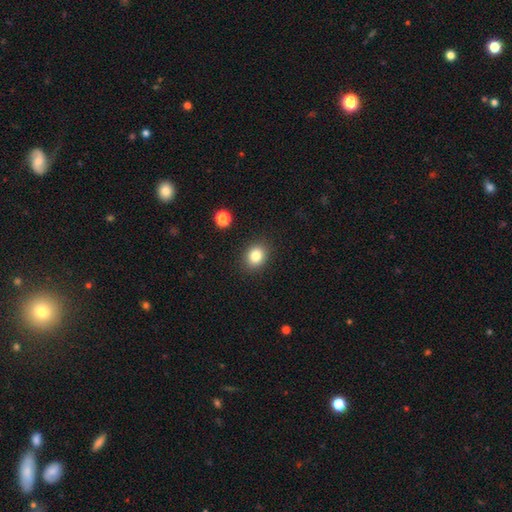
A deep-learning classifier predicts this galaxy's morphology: type=smooth (83%); roundness=round (55%); merging=none (88%).